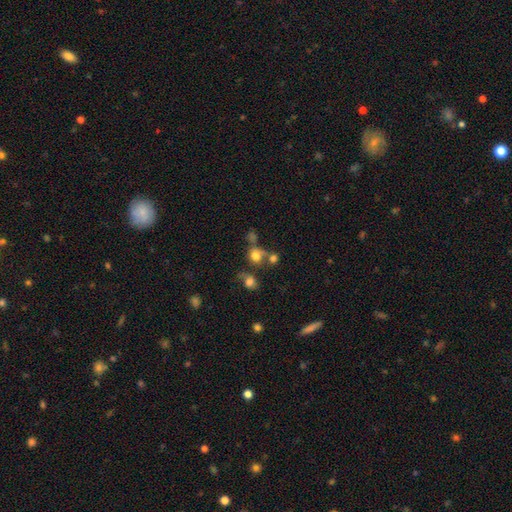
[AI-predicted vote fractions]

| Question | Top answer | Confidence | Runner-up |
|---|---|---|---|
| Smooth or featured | smooth | 71% | star or artifact (16%) |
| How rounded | round | 82% | in between (17%) |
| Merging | none | 45% | merger (35%) |